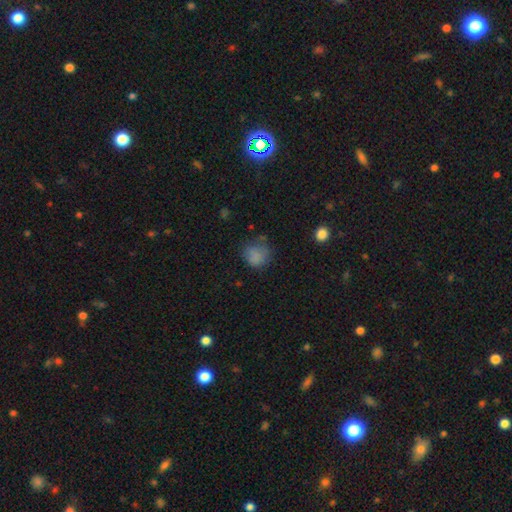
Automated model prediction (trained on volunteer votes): This appears to be a smooth galaxy with no disk features (79%) that is round (82%). Merging: none (59%).